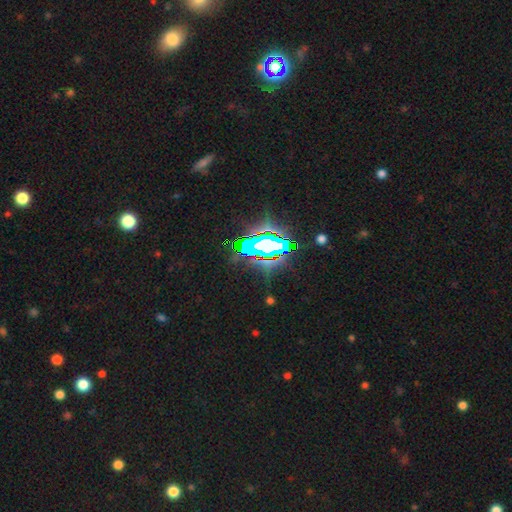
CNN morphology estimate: A star or artifact, not a galaxy (73%).